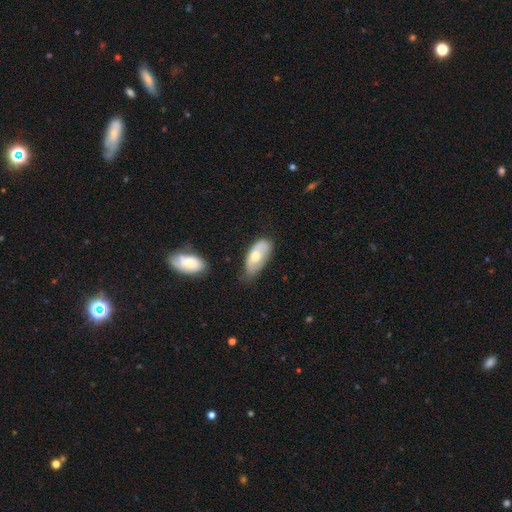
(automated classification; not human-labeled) Overall: smooth (61%; featured or disk 33%). How rounded: in between (91%). Merging: none (53%; minor disturbance 34%).